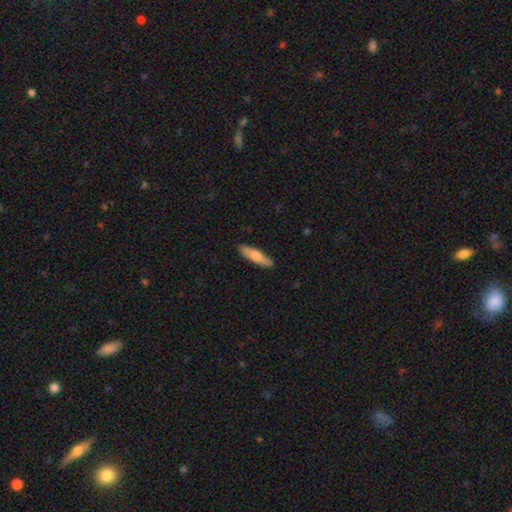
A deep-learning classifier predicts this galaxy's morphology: This is likely a smooth galaxy (67%). How rounded: likely cigar-shaped (74%). Merging: clearly none (88%).